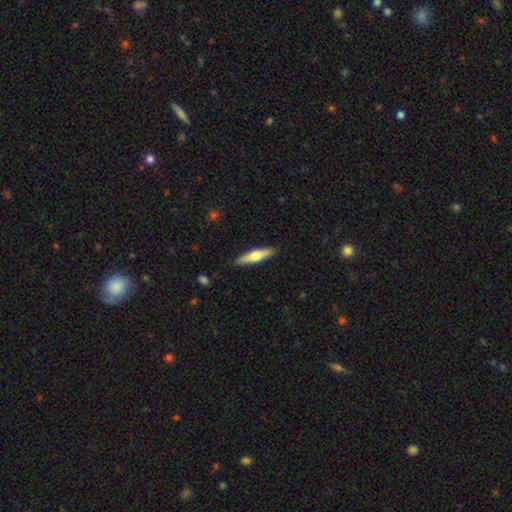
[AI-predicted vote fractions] Smooth or featured: smooth — 49% (featured or disk — 46%)
Merging: none — 90% (minor disturbance — 8%)